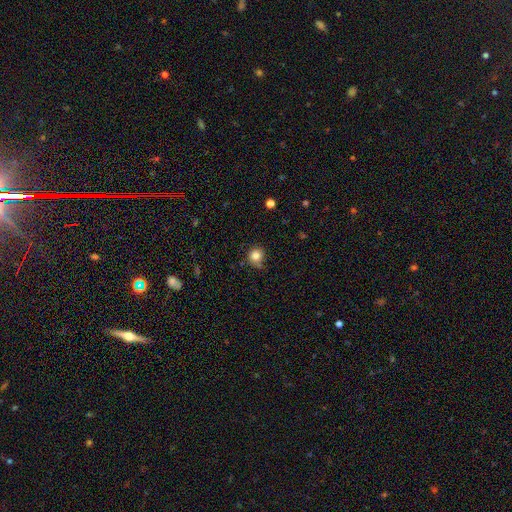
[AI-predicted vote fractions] Morphology: type=smooth (83%); roundness=round (90%); merging=none (76%).